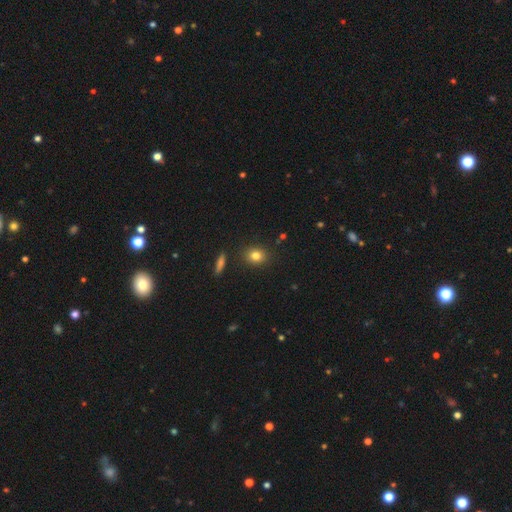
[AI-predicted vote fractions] Smooth or featured: smooth — 81% (star or artifact — 11%)
How rounded: round — 59% (in between — 39%)
Merging: none — 88% (minor disturbance — 8%)